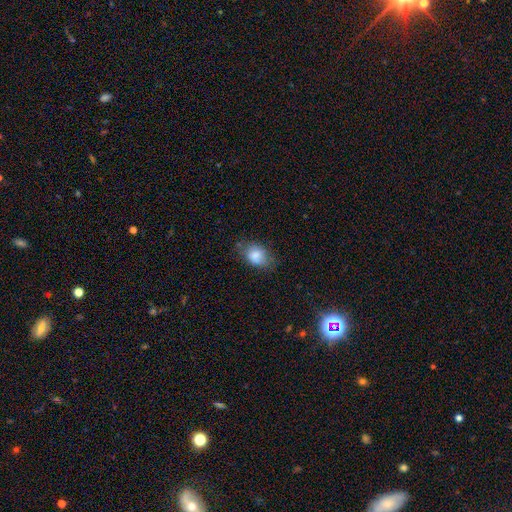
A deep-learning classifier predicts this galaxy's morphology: Q: Smooth or featured?
A: smooth (82%); runner-up: featured or disk (10%)
Q: How rounded?
A: in between (77%); runner-up: round (22%)
Q: Merging?
A: none (66%); runner-up: minor disturbance (25%)